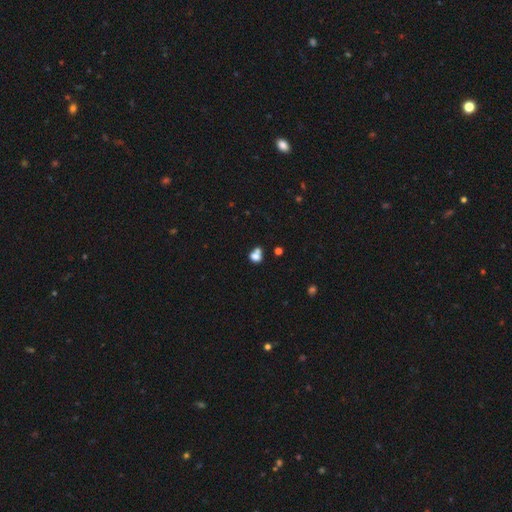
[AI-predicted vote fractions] A smooth galaxy with no disk features (75%) that is round (61%).

Vote fractions:
- Smooth or featured? smooth: 75% / star or artifact: 14% / featured or disk: 11%
- How rounded? round: 61% / in between: 38% / cigar-shaped: 1%
- Merging? merger: 46% / none: 37% / minor disturbance: 11% / major disturbance: 6%